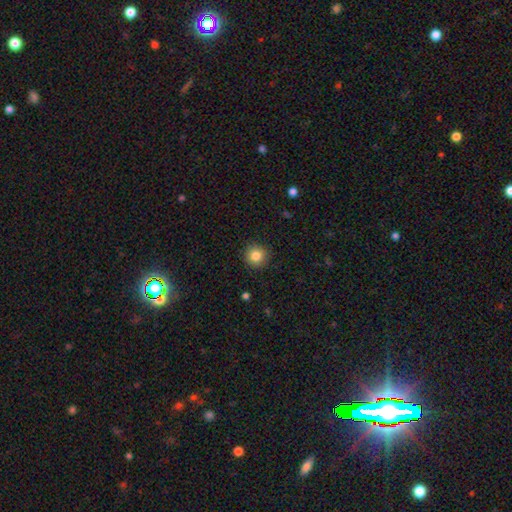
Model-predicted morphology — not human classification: This appears to be a smooth galaxy with no disk features (84%) that is round (94%). Merging: none (90%).